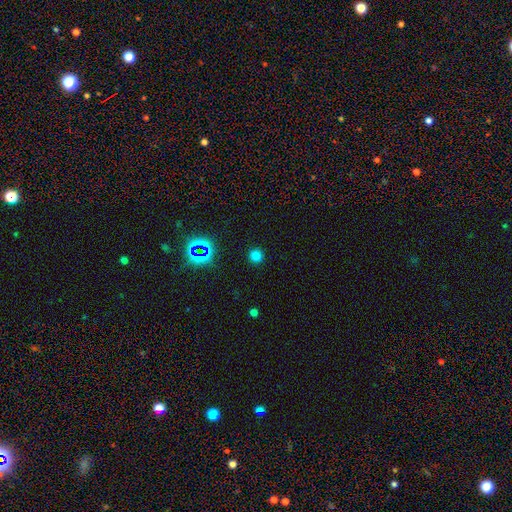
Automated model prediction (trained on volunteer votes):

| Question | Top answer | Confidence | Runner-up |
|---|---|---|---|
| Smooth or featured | smooth | 71% | star or artifact (24%) |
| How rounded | round | 93% | in between (6%) |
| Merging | none | 89% | minor disturbance (6%) |